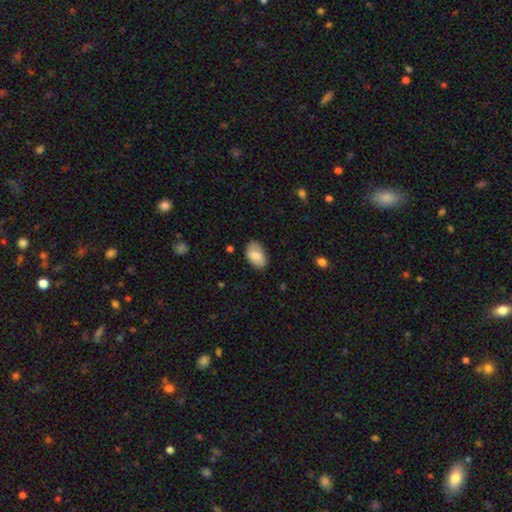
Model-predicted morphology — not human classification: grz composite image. It shows a smooth galaxy with no disk features (82%) that is in between round and cigar-shaped (90%). Merging: none (74%).